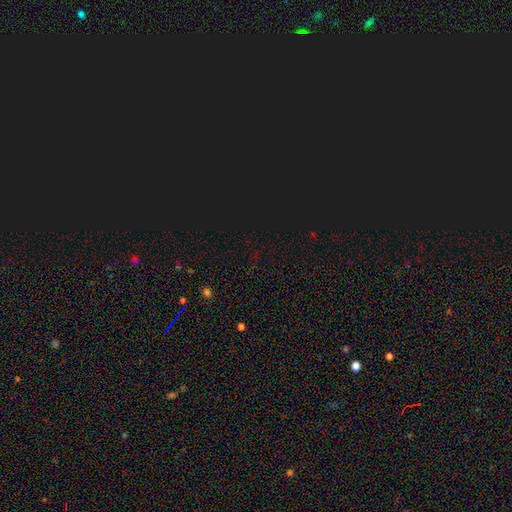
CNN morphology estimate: This appears to be a star or artifact, not a galaxy (76%).